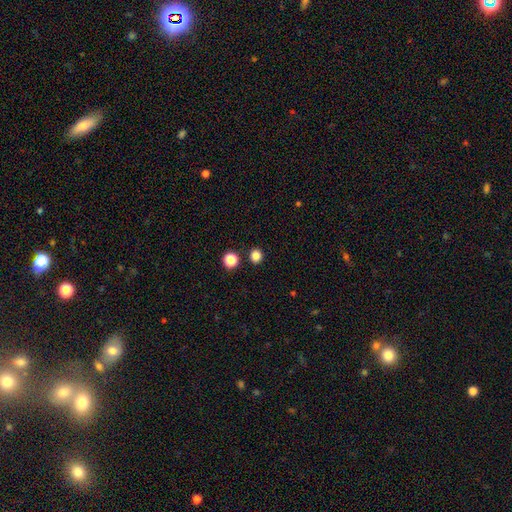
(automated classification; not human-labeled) Smooth or featured? smooth (83%)
How rounded? round (87%)
Merging? none (89%)